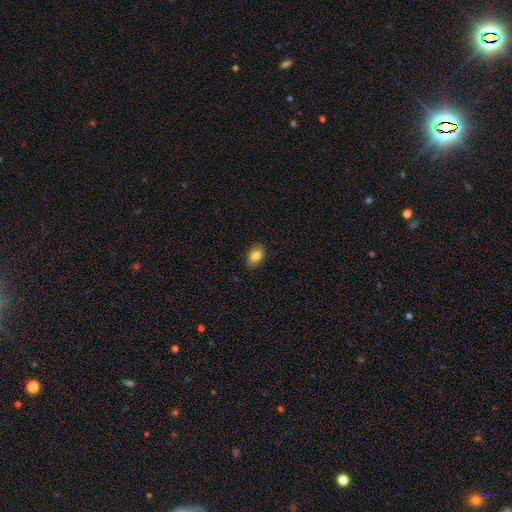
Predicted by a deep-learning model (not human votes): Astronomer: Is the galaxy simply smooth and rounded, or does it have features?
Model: smooth — 84%.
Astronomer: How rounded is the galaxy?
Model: in between — 84%.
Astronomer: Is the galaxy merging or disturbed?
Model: none — 87%.